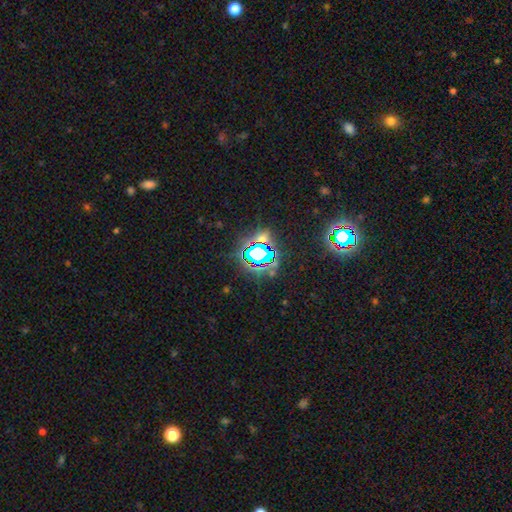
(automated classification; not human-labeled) Smooth or featured?
  - star or artifact: 75% *
  - smooth: 14%
  - featured or disk: 11%